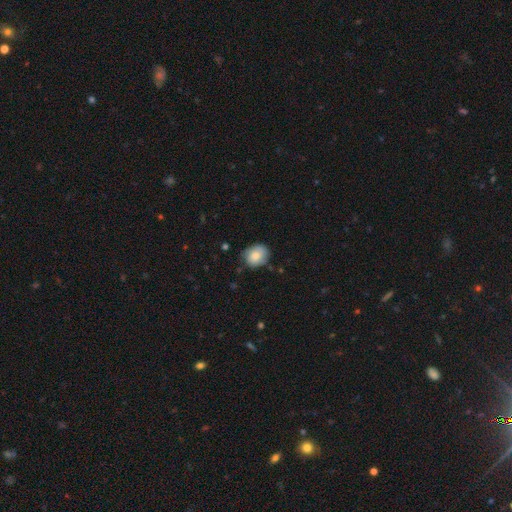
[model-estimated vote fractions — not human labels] smooth_or_featured: smooth (p=0.77) [alt: featured or disk p=0.16]
how_rounded: round (p=0.57) [alt: in between p=0.42]
merging: none (p=0.71) [alt: minor disturbance p=0.23]